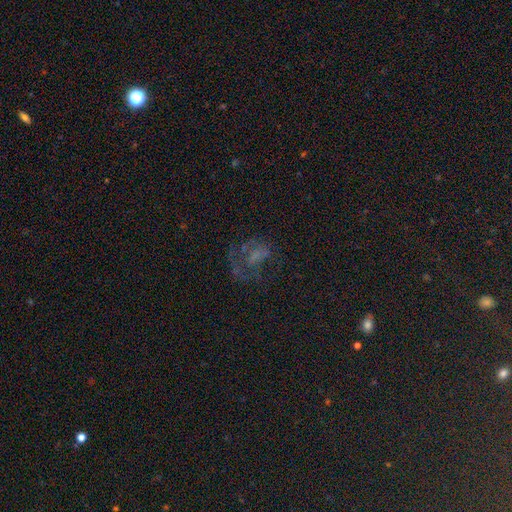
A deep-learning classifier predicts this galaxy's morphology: smooth-or-featured: featured or disk: 44% | star or artifact: 29% | smooth: 27%
  merging: major disturbance: 41% | none: 38% | minor disturbance: 16% | merger: 4%